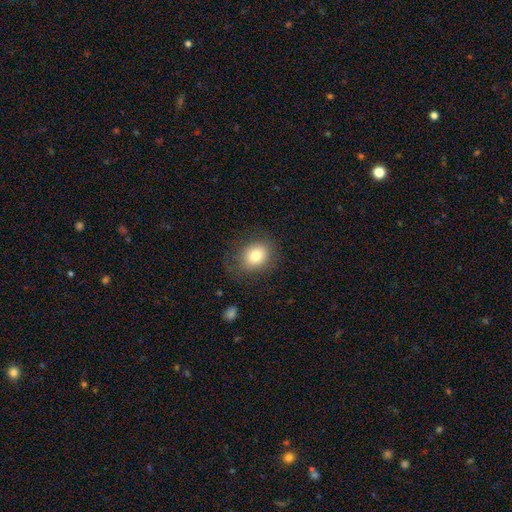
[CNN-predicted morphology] This is likely a smooth galaxy (79%). How rounded: possibly round (54%). Merging: likely none (76%).